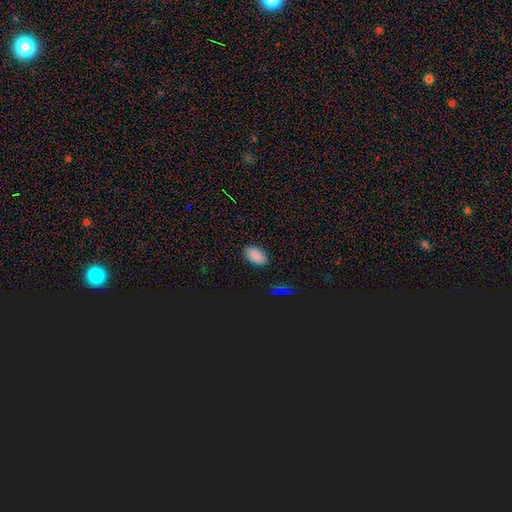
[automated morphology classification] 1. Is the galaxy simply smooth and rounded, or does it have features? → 83% smooth, 13% star or artifact, 4% featured or disk.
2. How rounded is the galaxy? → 93% in between, 5% round, 2% cigar-shaped.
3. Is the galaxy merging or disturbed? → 86% none, 10% minor disturbance, 2% major disturbance, 1% merger.